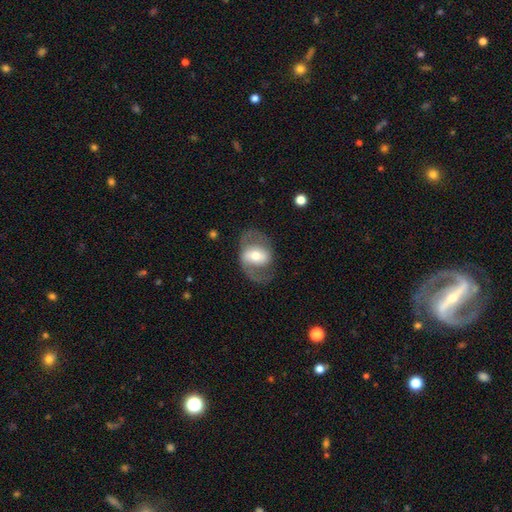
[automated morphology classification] featured or disk 63%, smooth 30%, star or artifact 7%. Down the decision tree: edge-on disk — no (94%); bar — weak (36%); spiral arms — yes (65%); bulge size — moderate (61%); merging — none (66%).